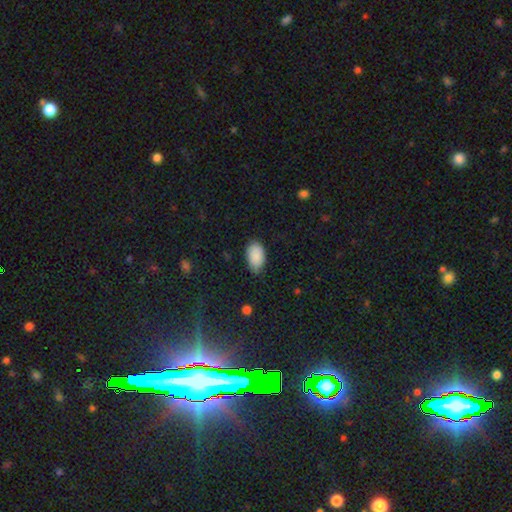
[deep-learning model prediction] Morphology: type=smooth (89%); roundness=in between (94%); merging=none (74%).